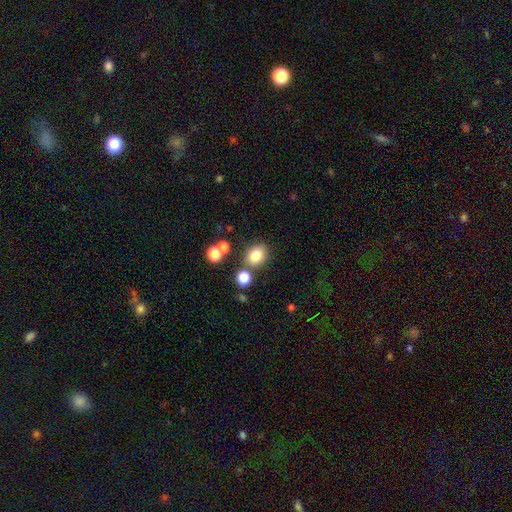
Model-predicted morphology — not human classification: This appears to be a smooth galaxy with no disk features (81%) that is in between round and cigar-shaped (51%). Merging: none (74%).